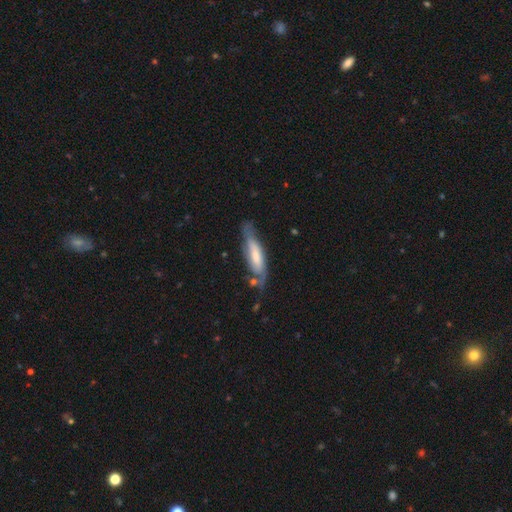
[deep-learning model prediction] Smooth or featured?
  - featured or disk: 55% *
  - smooth: 39%
  - star or artifact: 6%
Edge-on disk?
  - no: 55% *
  - yes: 45%
Merging?
  - none: 59% *
  - minor disturbance: 25%
  - major disturbance: 11%
  - merger: 5%